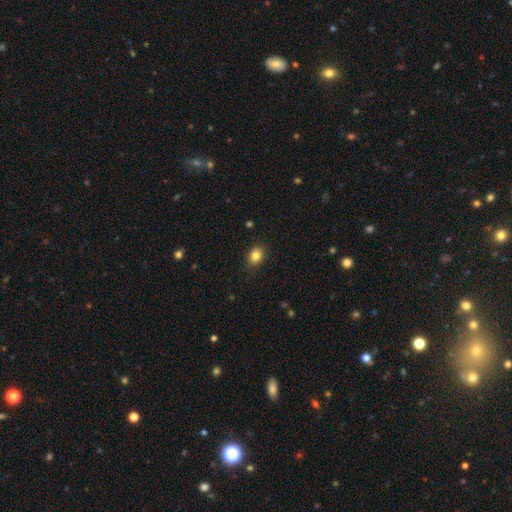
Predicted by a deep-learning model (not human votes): The model was most divided on "how rounded": in between: 57%, round: 42%, cigar-shaped: 1%. More confident: merging — none (87%); smooth or featured — smooth (84%).